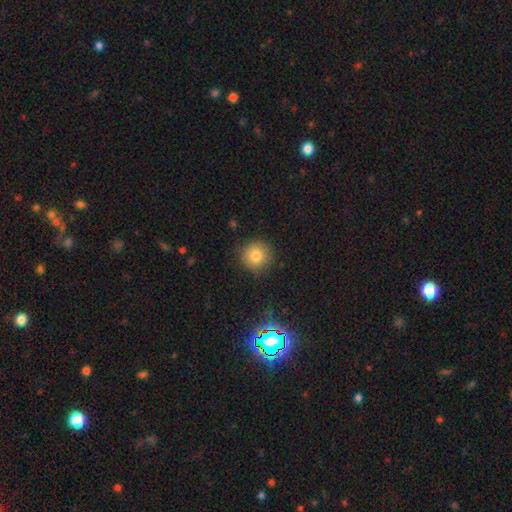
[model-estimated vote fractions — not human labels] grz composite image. It shows a smooth galaxy with no disk features (80%) that is round (94%). Merging: none (88%).